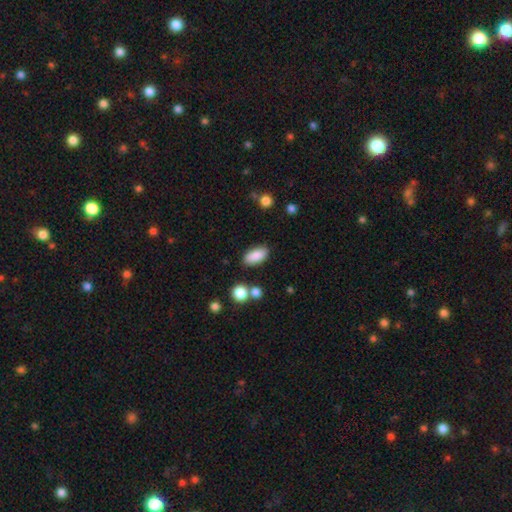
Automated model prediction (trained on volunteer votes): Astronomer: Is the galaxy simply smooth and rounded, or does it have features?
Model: smooth — 87%.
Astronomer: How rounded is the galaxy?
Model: in between — 87%.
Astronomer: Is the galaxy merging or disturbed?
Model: none — 82%.